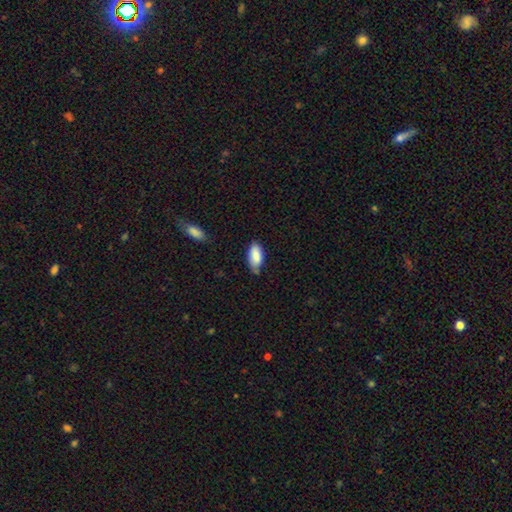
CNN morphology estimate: The model was most divided on "merging": none: 63%, minor disturbance: 29%, major disturbance: 4%, merger: 3%. More confident: how rounded — in between (91%); smooth or featured — smooth (85%).